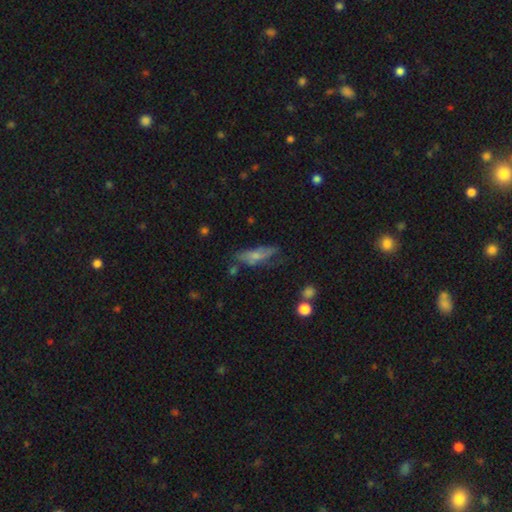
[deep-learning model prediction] smooth-or-featured: smooth: 56% | featured or disk: 35% | star or artifact: 9%
  how-rounded: in between: 60% | cigar-shaped: 36% | round: 3%
  merging: none: 43% | minor disturbance: 30% | major disturbance: 20% | merger: 7%